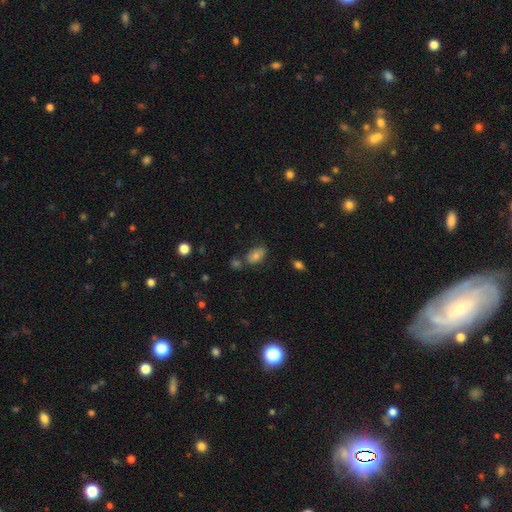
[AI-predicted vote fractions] The model was most divided on "merging": none: 68%, minor disturbance: 16%, merger: 12%, major disturbance: 4%. More confident: how rounded — in between (89%); smooth or featured — smooth (74%).